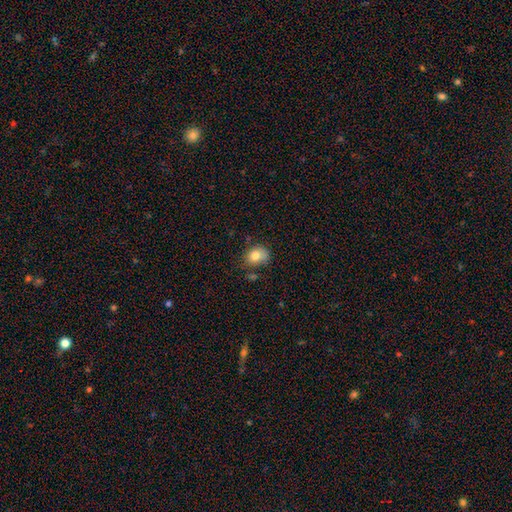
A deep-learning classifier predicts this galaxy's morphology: type=smooth (81%); roundness=in between (50%); merging=none (65%).